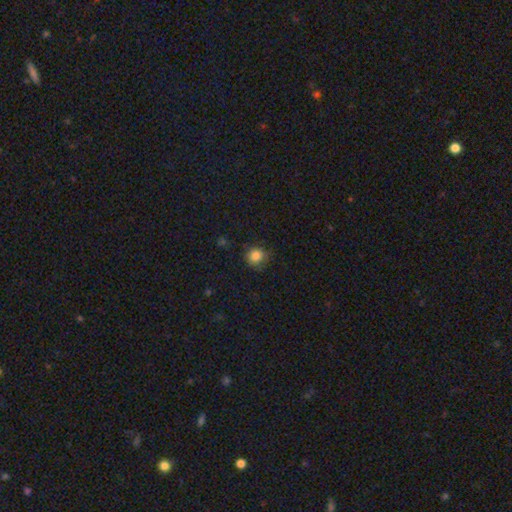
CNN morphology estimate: This is clearly a smooth galaxy (83%). How rounded: clearly round (83%). Merging: likely none (71%).